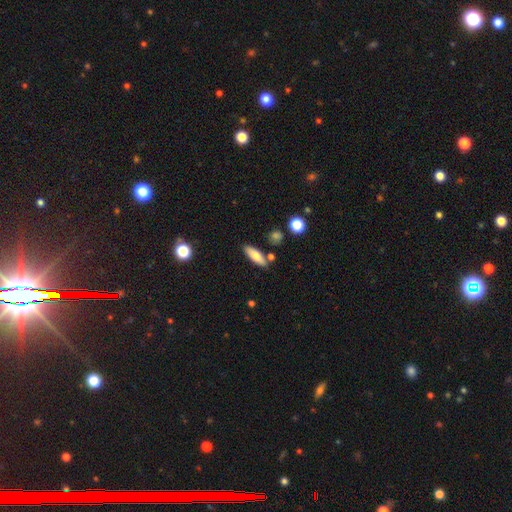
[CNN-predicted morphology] This is likely a smooth galaxy (73%). How rounded: possibly in between (55%). Merging: likely none (79%).